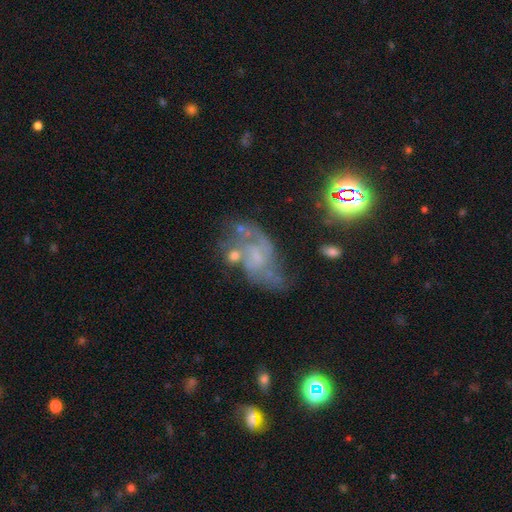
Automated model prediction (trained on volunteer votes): A featured or disk galaxy (70%) with no bar (61%), 2 (59%) medium (43%) spiral arms (75%) and a small central bulge (43%).

Vote fractions:
- Smooth or featured? featured or disk: 70% / smooth: 17% / star or artifact: 13%
- Edge-on disk? no: 97% / yes: 3%
- Bar? no: 61% / weak: 33% / strong: 6%
- Spiral arms? yes: 75% / no: 25%
- Spiral winding? medium: 43% / loose: 39% / tight: 19%
- Spiral arm count? 2: 59% / can't tell: 23% / 3: 6% / 1: 6% / 4: 2% / more than 4: 2%
- Bulge size? small: 43% / none: 39% / moderate: 15% / large: 2% / dominant: 1%
- Merging? none: 40% / major disturbance: 25% / minor disturbance: 23% / merger: 13%